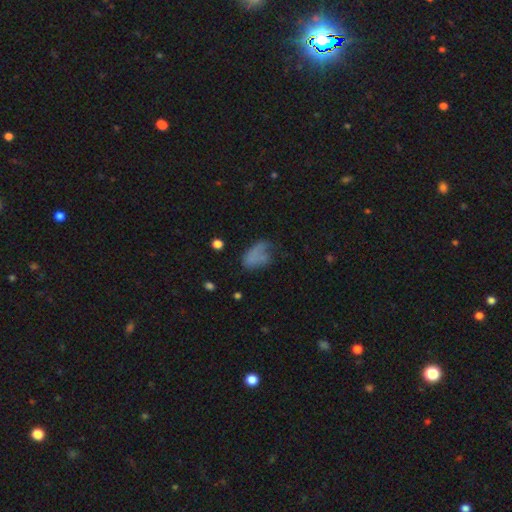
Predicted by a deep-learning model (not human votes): Smooth or featured: smooth — 63% (featured or disk — 23%)
How rounded: in between — 87% (round — 10%)
Merging: major disturbance — 35% (none — 32%)